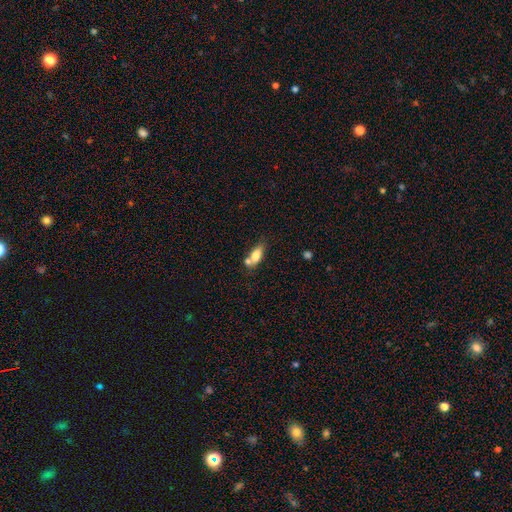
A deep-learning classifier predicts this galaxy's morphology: Smooth or featured?
  - smooth: 78% *
  - featured or disk: 14%
  - star or artifact: 8%
How rounded?
  - in between: 79% *
  - cigar-shaped: 16%
  - round: 5%
Merging?
  - none: 43% *
  - merger: 35%
  - minor disturbance: 16%
  - major disturbance: 6%